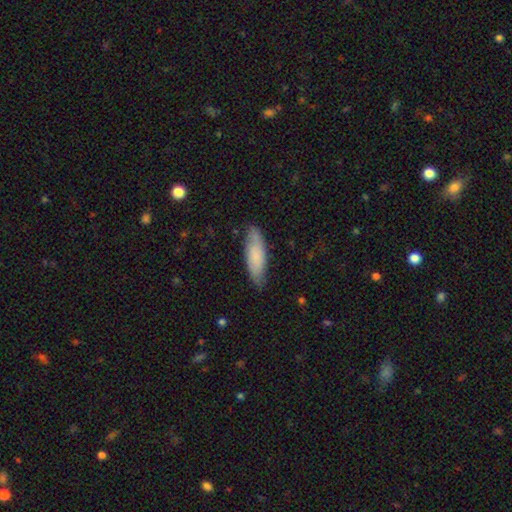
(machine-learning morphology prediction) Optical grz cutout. It shows a smooth galaxy with no disk features (76%) that is in between round and cigar-shaped (50%). Merging: none (81%).